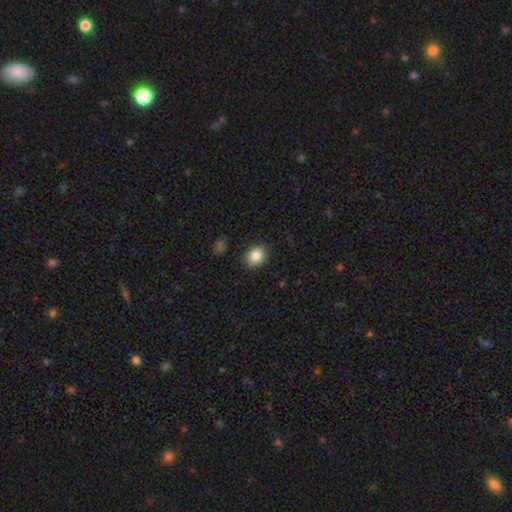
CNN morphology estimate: smooth-or-featured: smooth: 85% | star or artifact: 9% | featured or disk: 6%
  how-rounded: in between: 52% | round: 47% | cigar-shaped: 1%
  merging: none: 88% | minor disturbance: 9% | major disturbance: 2% | merger: 1%